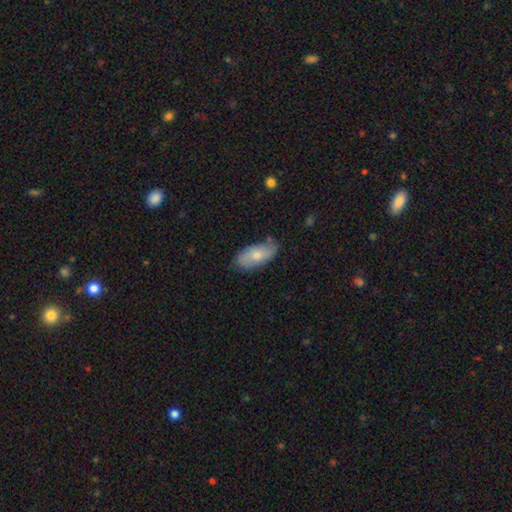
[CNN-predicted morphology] smooth_or_featured: smooth (p=0.69) [alt: featured or disk p=0.25]
how_rounded: in between (p=0.90) [alt: cigar-shaped p=0.08]
merging: none (p=0.72) [alt: minor disturbance p=0.21]